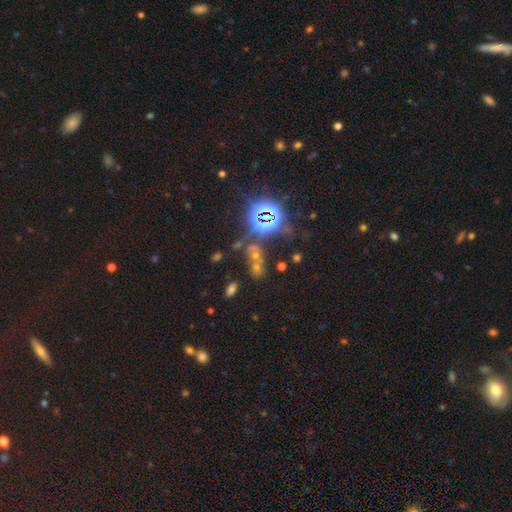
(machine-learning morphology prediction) A star or artifact, not a galaxy (55%).